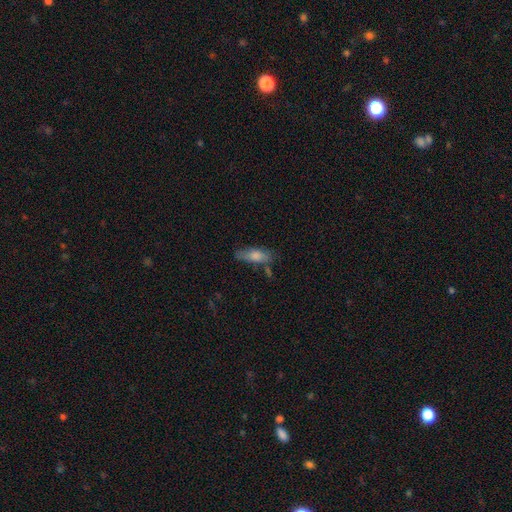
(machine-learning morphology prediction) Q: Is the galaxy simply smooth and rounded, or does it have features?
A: smooth — 75%.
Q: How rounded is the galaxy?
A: in between — 66%.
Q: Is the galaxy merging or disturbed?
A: none — 60%.